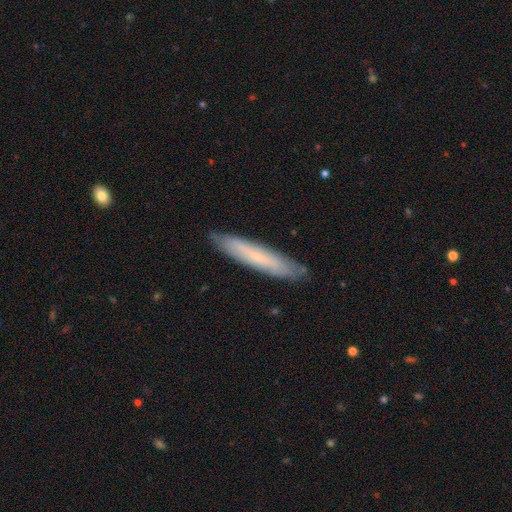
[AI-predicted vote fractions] smooth_or_featured: smooth (p=0.53) [alt: featured or disk p=0.40]
how_rounded: cigar-shaped (p=0.90) [alt: in between p=0.09]
merging: none (p=0.86) [alt: minor disturbance p=0.11]